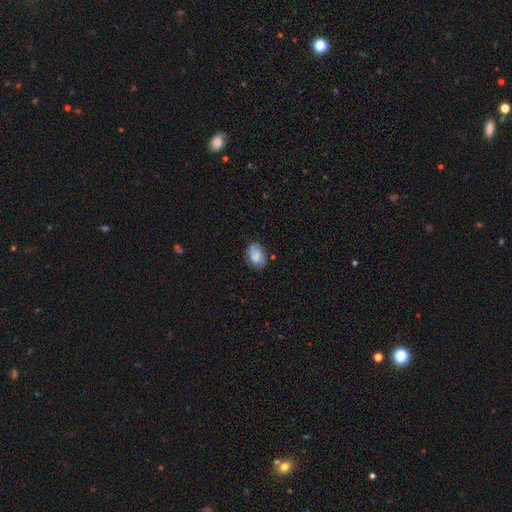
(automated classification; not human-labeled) Smooth or featured? Predicted: smooth (p=0.71). How rounded? Predicted: in between (p=0.83). Merging? Predicted: none (p=0.65).